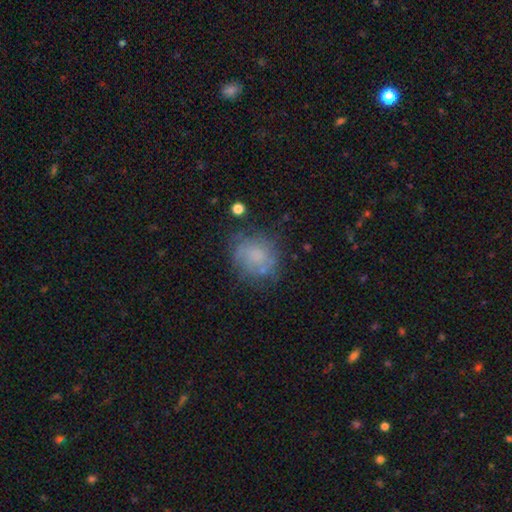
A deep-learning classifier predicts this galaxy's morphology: Smooth or featured? Predicted: smooth (p=0.54). How rounded? Predicted: round (p=0.63). Merging? Predicted: none (p=0.64).